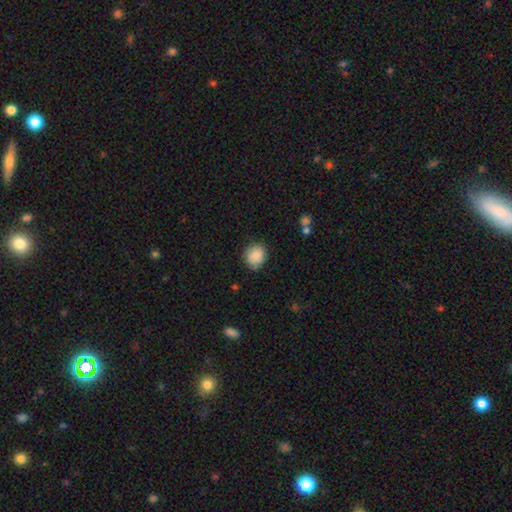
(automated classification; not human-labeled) A smooth galaxy with no disk features (85%) that is round (74%). Merging: none (80%).